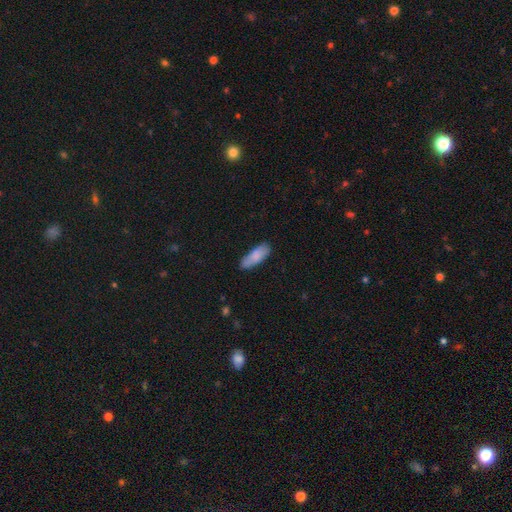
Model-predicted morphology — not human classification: This is clearly a smooth galaxy (83%). How rounded: likely in between (66%). Merging: likely none (75%).